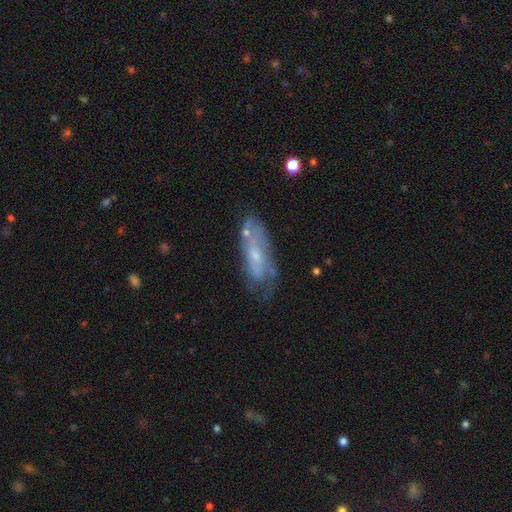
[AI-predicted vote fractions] A featured or disk galaxy (62%) with no bar (68%), spiral arms (61%) and a small central bulge (59%). Merging: none (52%).